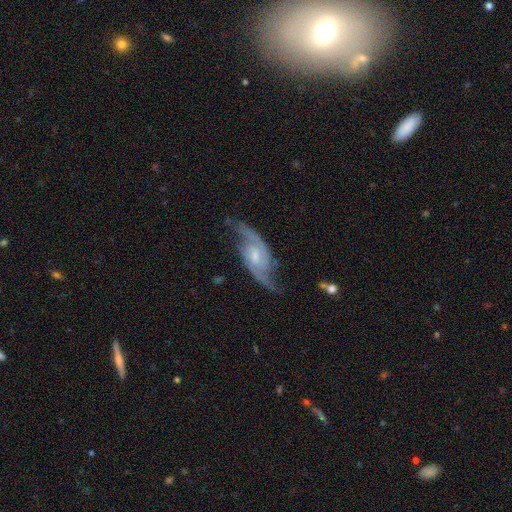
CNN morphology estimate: featured or disk 88%, smooth 7%, star or artifact 5%. Down the decision tree: edge-on disk — no (93%); bar — weak (50%); spiral arms — yes (97%); spiral arm count — 2 (90%); spiral winding — medium (47%); bulge size — small (46%); merging — none (71%).